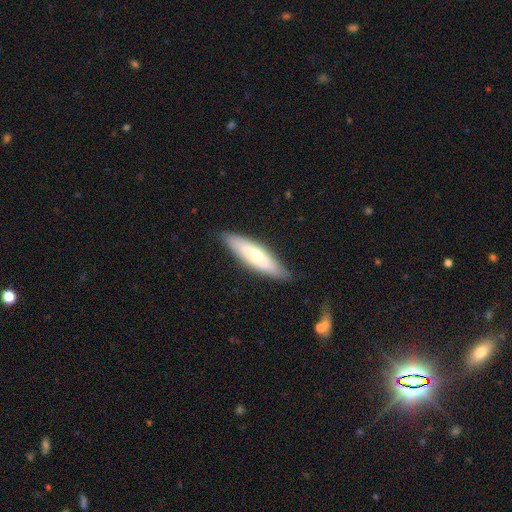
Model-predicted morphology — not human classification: type=smooth (60%); roundness=cigar-shaped (63%); merging=none (85%).